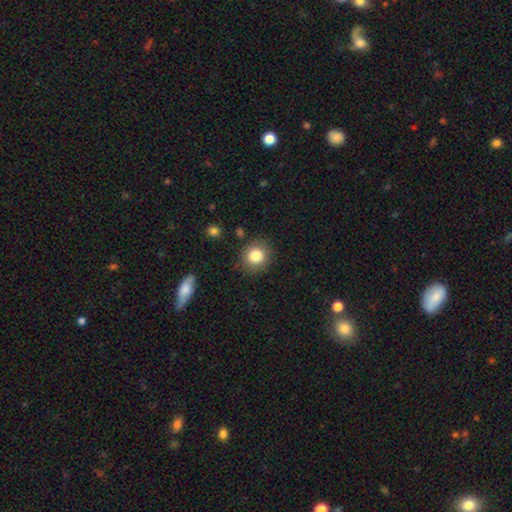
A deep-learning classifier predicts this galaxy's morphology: type=smooth (83%); roundness=round (80%); merging=none (85%).